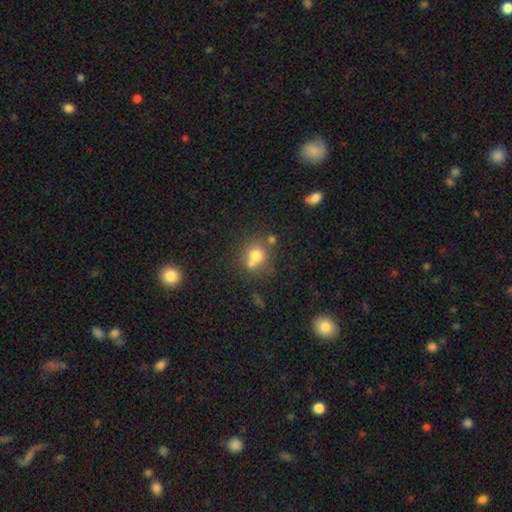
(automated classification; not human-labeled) The model was most divided on "merging": none: 53%, merger: 31%, minor disturbance: 11%, major disturbance: 5%. More confident: how rounded — round (84%); smooth or featured — smooth (71%).